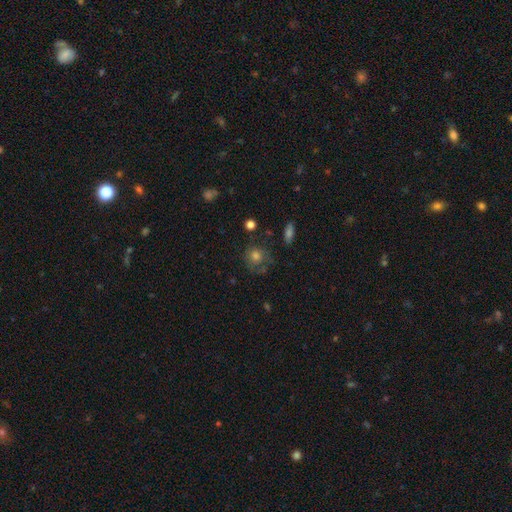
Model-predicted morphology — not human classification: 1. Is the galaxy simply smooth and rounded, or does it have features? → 68% smooth, 19% featured or disk, 13% star or artifact.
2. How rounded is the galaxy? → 81% round, 18% in between, 1% cigar-shaped.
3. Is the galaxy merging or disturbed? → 59% none, 22% minor disturbance, 15% major disturbance, 4% merger.